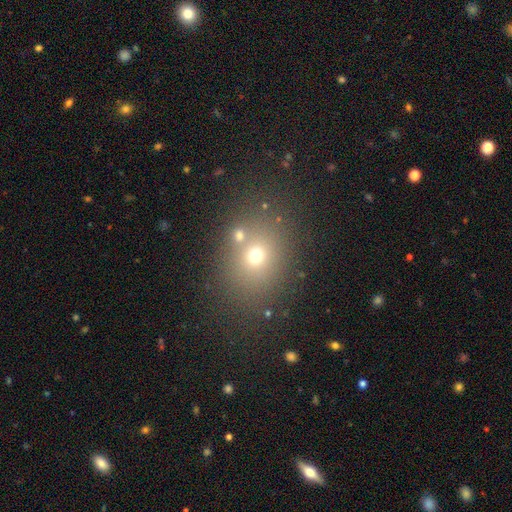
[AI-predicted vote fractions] smooth_or_featured: smooth (p=0.65) [alt: star or artifact p=0.23]
how_rounded: round (p=0.60) [alt: in between p=0.39]
merging: none (p=0.71) [alt: merger p=0.13]